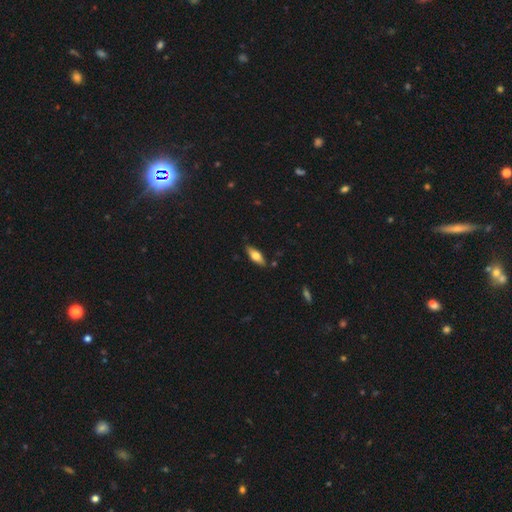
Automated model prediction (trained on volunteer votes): smooth_or_featured: smooth (p=0.60) [alt: featured or disk p=0.34]
how_rounded: in between (p=0.67) [alt: cigar-shaped p=0.31]
merging: none (p=0.84) [alt: minor disturbance p=0.12]